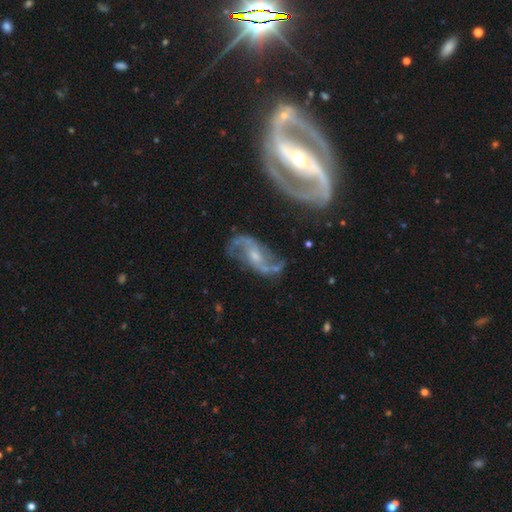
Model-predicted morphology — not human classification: smooth_or_featured: featured or disk (p=0.88) [alt: smooth p=0.06]
disk_edge_on: no (p=0.95) [alt: yes p=0.05]
bar: no (p=0.41) [alt: weak p=0.40]
has_spiral_arms: yes (p=0.96) [alt: no p=0.04]
spiral_winding: loose (p=0.44) [alt: medium p=0.43]
spiral_arm_count: 2 (p=0.90) [alt: can't tell p=0.03]
bulge_size: small (p=0.52) [alt: moderate p=0.41]
merging: none (p=0.66) [alt: minor disturbance p=0.18]